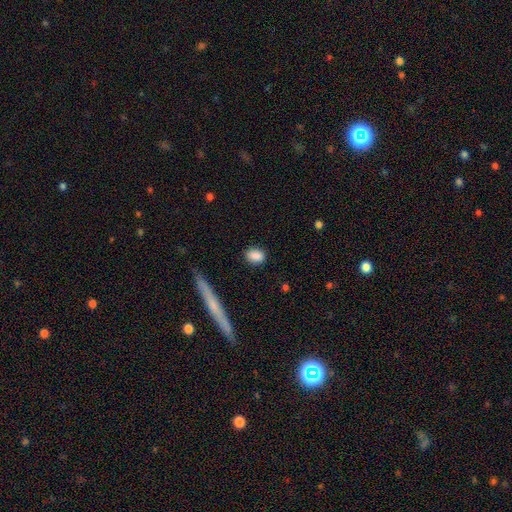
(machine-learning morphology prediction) Smooth or featured?
  - smooth: 87% *
  - star or artifact: 7%
  - featured or disk: 6%
How rounded?
  - in between: 72% *
  - round: 24%
  - cigar-shaped: 4%
Merging?
  - none: 85% *
  - minor disturbance: 10%
  - major disturbance: 3%
  - merger: 2%